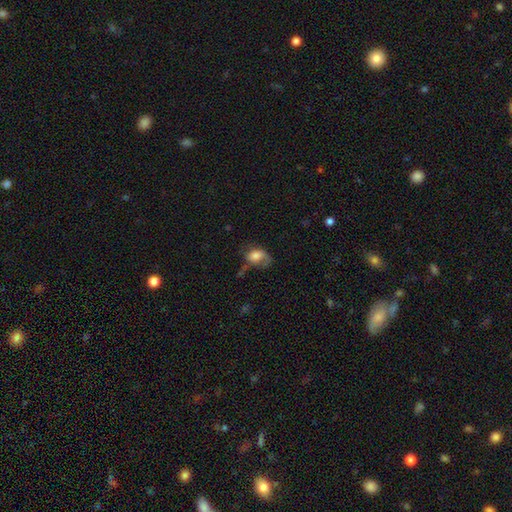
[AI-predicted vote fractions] The model was most divided on "merging": major disturbance: 38%, none: 29%, minor disturbance: 26%, merger: 7%. More confident: how rounded — in between (77%); smooth or featured — smooth (57%).